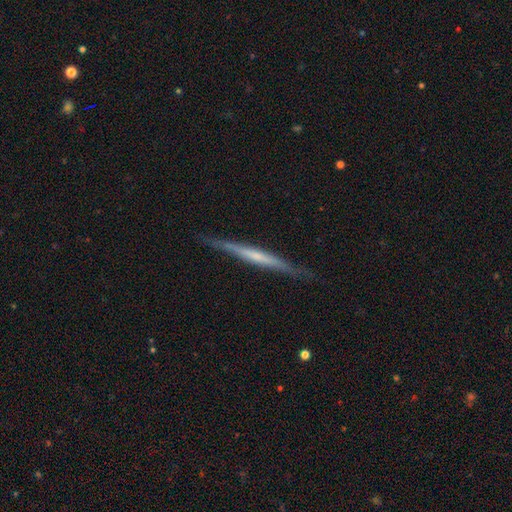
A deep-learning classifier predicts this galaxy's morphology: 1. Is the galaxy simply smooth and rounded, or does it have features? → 65% featured or disk, 29% smooth, 5% star or artifact.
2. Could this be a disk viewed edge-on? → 97% yes, 3% no.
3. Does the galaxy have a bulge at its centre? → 65% none, 24% rounded, 11% boxy.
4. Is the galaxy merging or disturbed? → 85% none, 11% minor disturbance, 2% major disturbance, 1% merger.